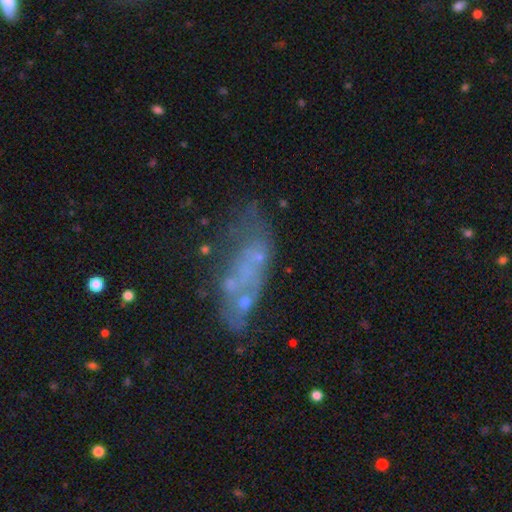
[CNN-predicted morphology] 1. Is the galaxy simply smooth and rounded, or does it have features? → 40% smooth, 39% featured or disk, 21% star or artifact.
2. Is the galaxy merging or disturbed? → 33% none, 25% major disturbance, 24% merger, 18% minor disturbance.